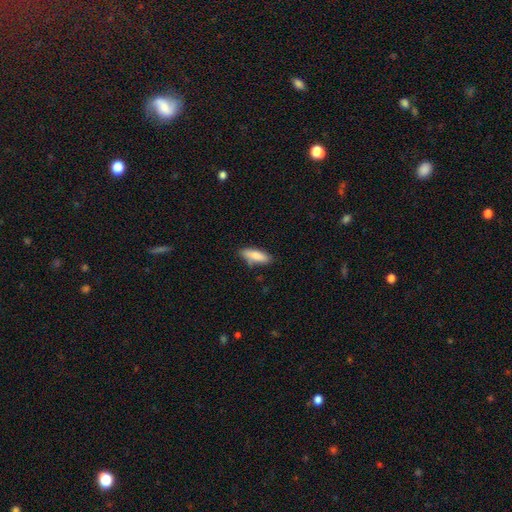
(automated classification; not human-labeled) Overall: smooth (83%). How rounded: in between (58%; cigar-shaped 40%). Merging: none (74%).